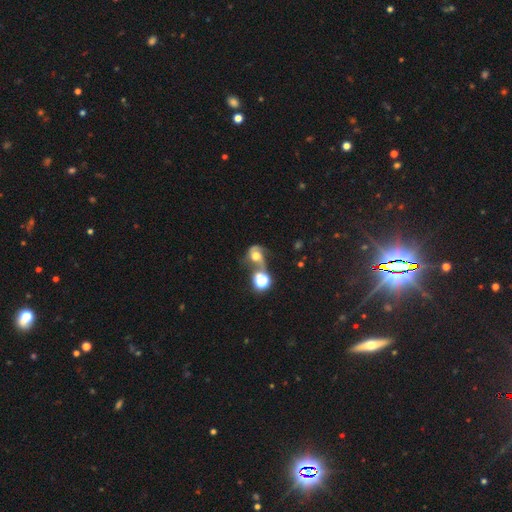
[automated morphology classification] This appears to be a featured or disk galaxy (55%) with no bar (70%), spiral arms (80%) and a moderate central bulge (48%). Merging: merger (38%).